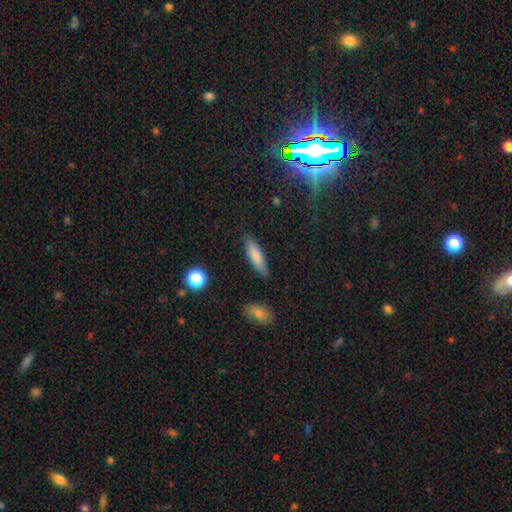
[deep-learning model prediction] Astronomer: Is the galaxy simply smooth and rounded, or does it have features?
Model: smooth — 79%.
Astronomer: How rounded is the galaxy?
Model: cigar-shaped — 57% (runner-up: in between, 41%).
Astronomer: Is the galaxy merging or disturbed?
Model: none — 84%.